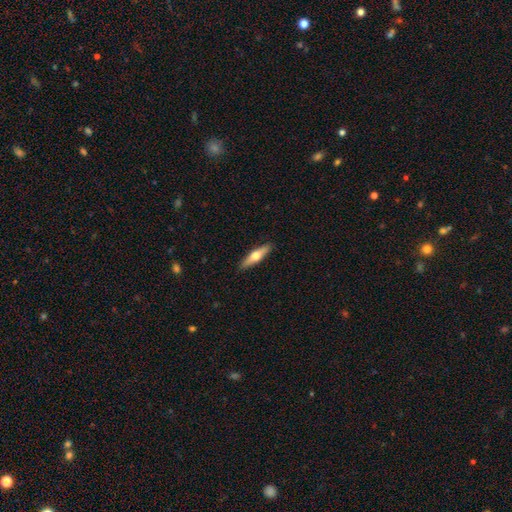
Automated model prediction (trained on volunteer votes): Smooth or featured? featured or disk (50%)
Edge-on disk? yes (93%)
Merging? none (90%)